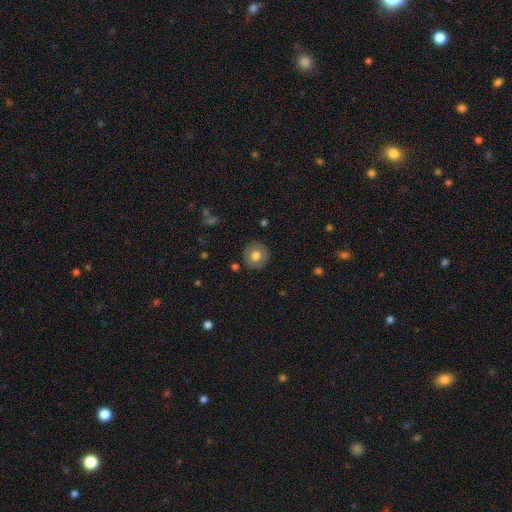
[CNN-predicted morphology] Smooth or featured? Predicted: smooth (p=0.73). How rounded? Predicted: round (p=0.91). Merging? Predicted: none (p=0.88).